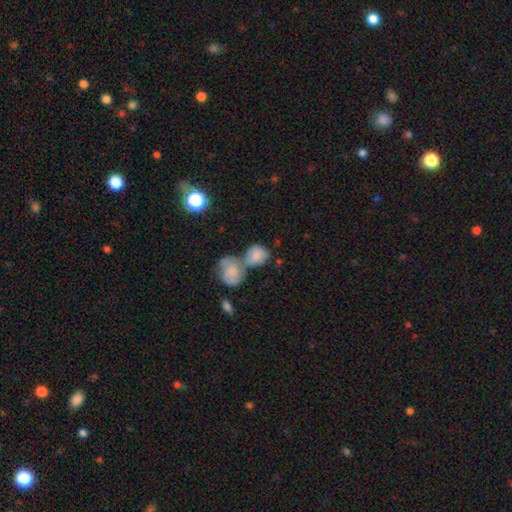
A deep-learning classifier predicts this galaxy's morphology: A smooth galaxy with no disk features (77%) that is round (49%, tied with in between).

Vote fractions:
- Smooth or featured? smooth: 77% / featured or disk: 15% / star or artifact: 8%
- How rounded? round: 49% (tied) / in between: 49% (tied) / cigar-shaped: 2%
- Merging? merger: 65% / none: 20% / minor disturbance: 9% / major disturbance: 6%